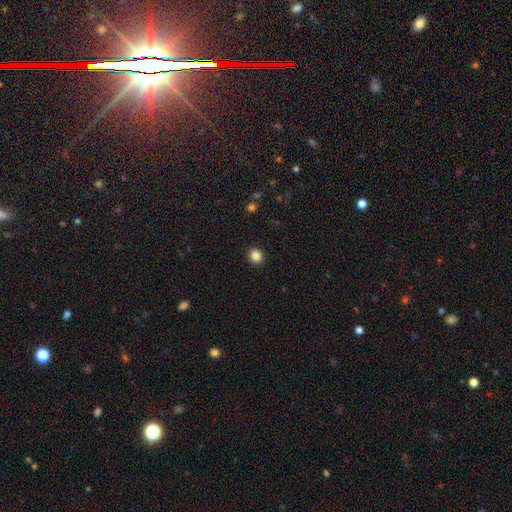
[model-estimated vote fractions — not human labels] Smooth or featured: smooth — 85% (star or artifact — 11%)
How rounded: round — 83% (in between — 16%)
Merging: none — 92% (minor disturbance — 5%)